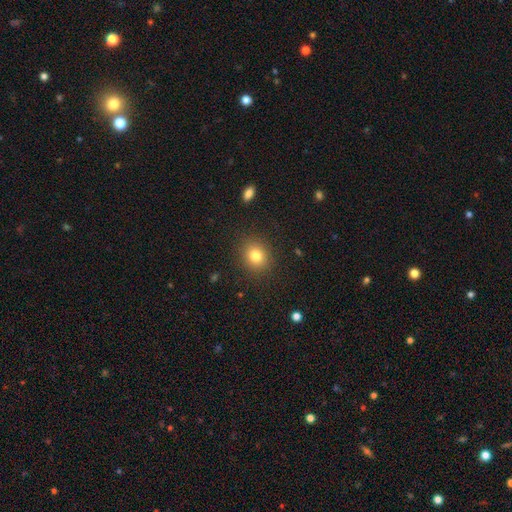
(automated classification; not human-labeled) Smooth or featured?
  - smooth: 81% *
  - star or artifact: 12%
  - featured or disk: 7%
How rounded?
  - round: 76% *
  - in between: 23%
  - cigar-shaped: 1%
Merging?
  - none: 88% *
  - minor disturbance: 8%
  - major disturbance: 3%
  - merger: 1%